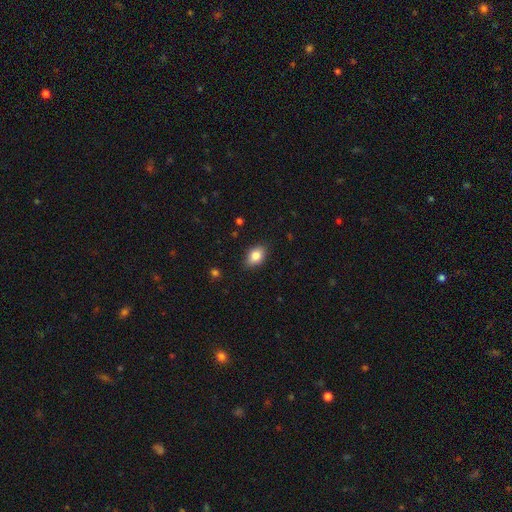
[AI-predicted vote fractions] This is clearly a smooth galaxy (84%). How rounded: clearly in between (81%). Merging: clearly none (83%).